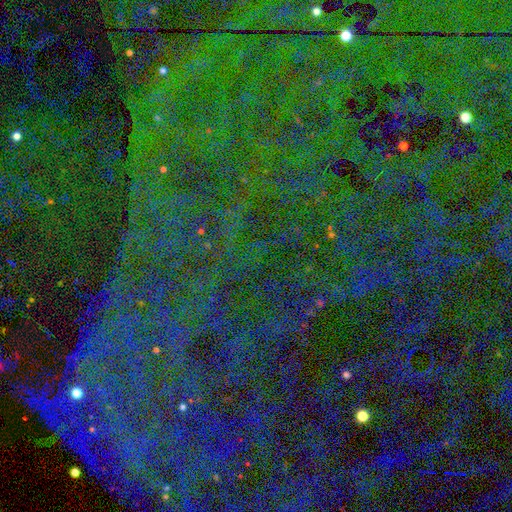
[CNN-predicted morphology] Smooth or featured? Predicted: star or artifact (p=0.79).